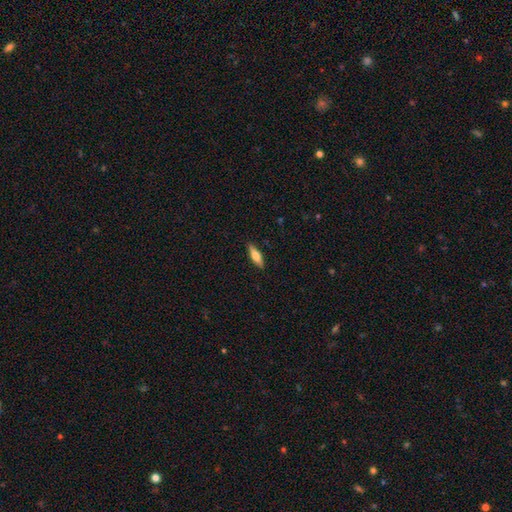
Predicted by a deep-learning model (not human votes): A smooth galaxy with no disk features (63%) that is cigar-shaped (56%). Merging: none (89%).